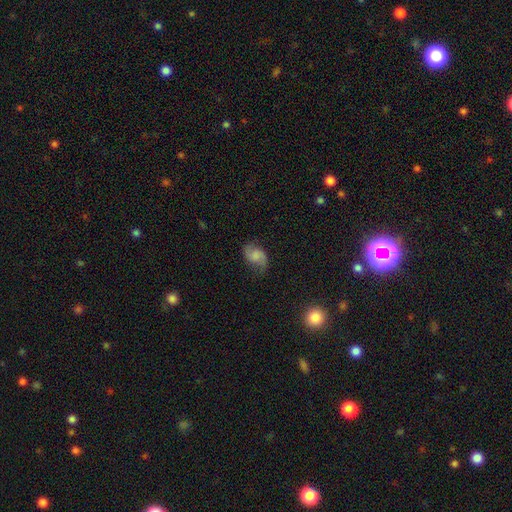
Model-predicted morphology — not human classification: Smooth or featured: featured or disk — 51% (smooth — 39%)
Edge-on disk: no — 97% (yes — 3%)
Merging: none — 66% (minor disturbance — 22%)